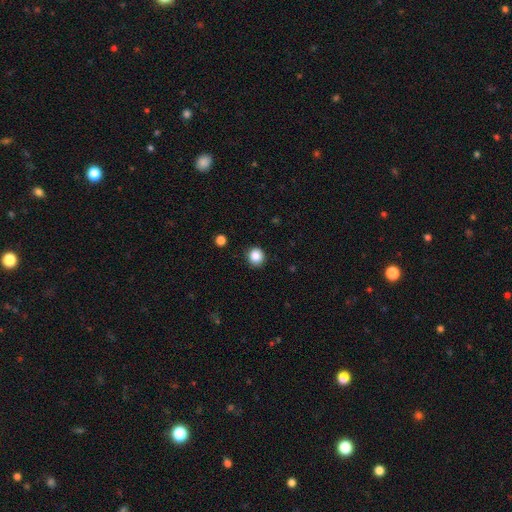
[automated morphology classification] smooth 86%, star or artifact 10%, featured or disk 4%. Down the decision tree: how rounded — round (89%); merging — none (87%).